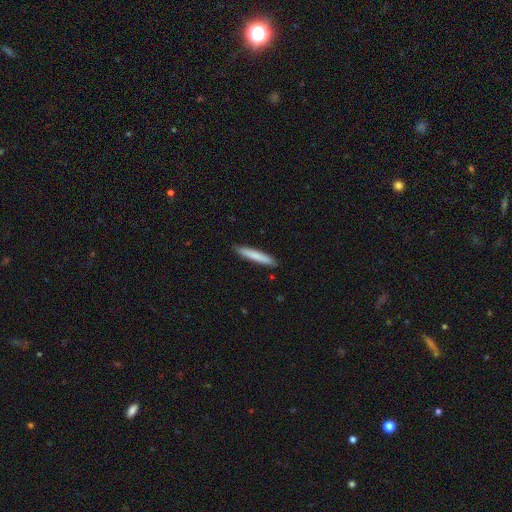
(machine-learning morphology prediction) A smooth galaxy with no disk features (80%) that is cigar-shaped (94%).

Vote fractions:
- Smooth or featured? smooth: 80% / featured or disk: 15% / star or artifact: 5%
- How rounded? cigar-shaped: 94% / in between: 5% / round: 1%
- Merging? none: 90% / minor disturbance: 7% / major disturbance: 1% / merger: 1%